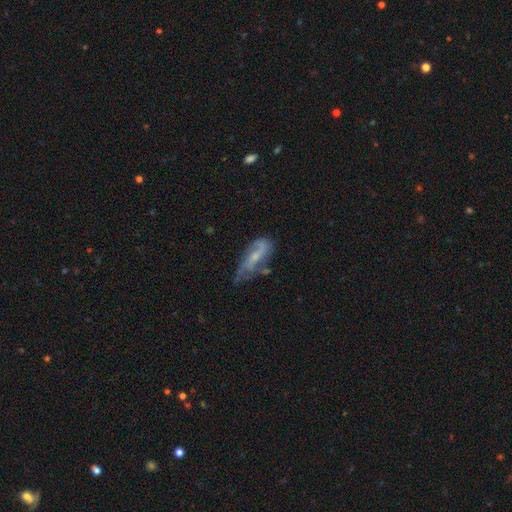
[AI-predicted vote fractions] This is likely a featured or disk galaxy (67%). It is clearly not viewed edge-on (86%). Bar: possibly no (48%). Spiral arm pattern: clearly yes (81%). Central bulge: possibly small (60%). Merging: marginally none (43%).